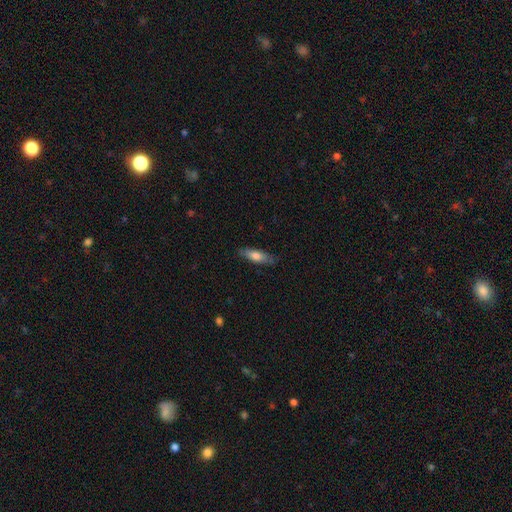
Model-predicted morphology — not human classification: type=smooth (67%); roundness=cigar-shaped (57%); merging=none (82%).